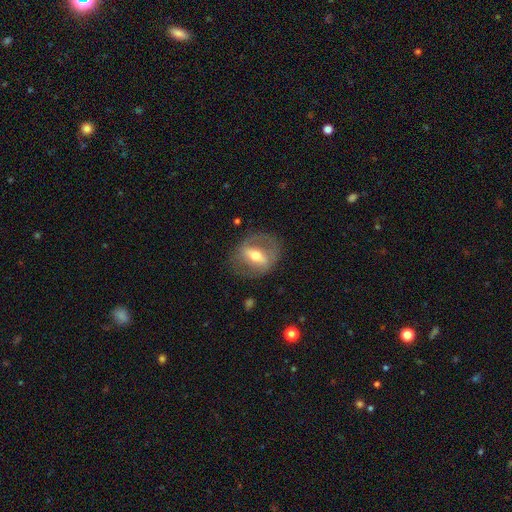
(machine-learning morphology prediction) Smooth or featured? Predicted: featured or disk (p=0.70). Edge-on disk? Predicted: no (p=0.83). Bar? Predicted: strong (p=0.63). Spiral arms? Predicted: no (p=0.57). Bulge size? Predicted: moderate (p=0.69). Merging? Predicted: none (p=0.74).